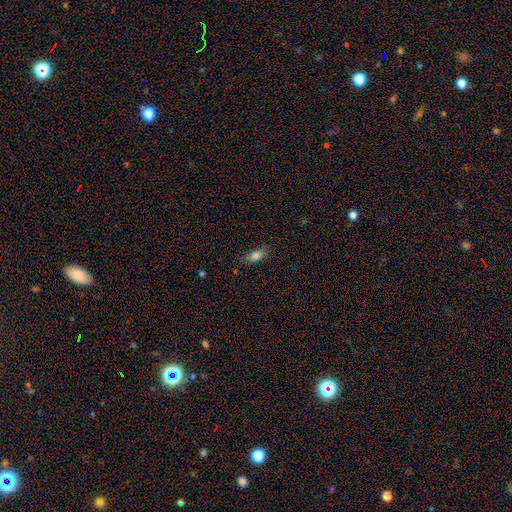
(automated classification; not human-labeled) Smooth or featured: smooth — 79% (featured or disk — 13%)
How rounded: in between — 76% (cigar-shaped — 21%)
Merging: none — 77% (minor disturbance — 17%)